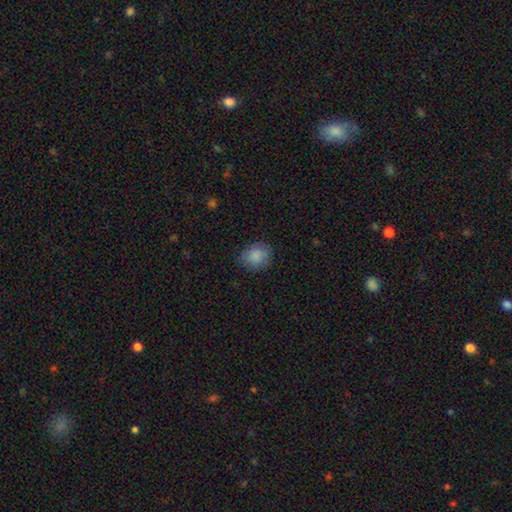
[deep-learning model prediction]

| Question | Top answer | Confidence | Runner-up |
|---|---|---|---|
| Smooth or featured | smooth | 85% | star or artifact (8%) |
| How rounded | round | 69% | in between (30%) |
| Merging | none | 77% | minor disturbance (18%) |